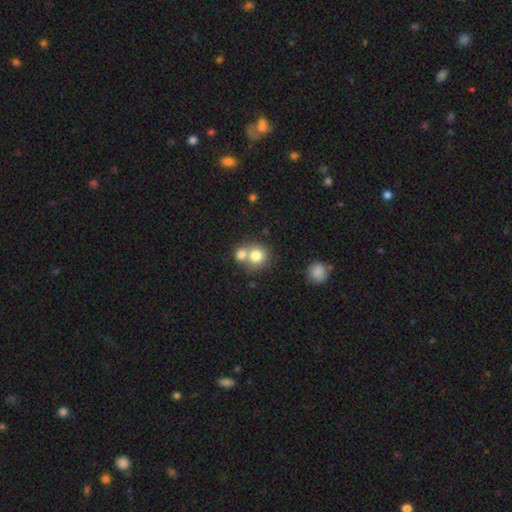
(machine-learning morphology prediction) Smooth or featured? smooth (78%)
How rounded? round (86%)
Merging? merger (48%)